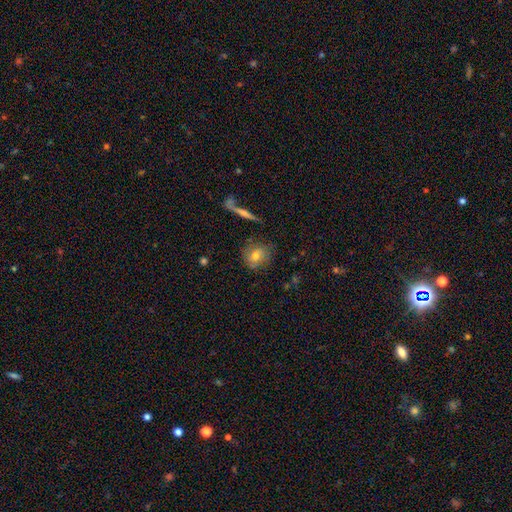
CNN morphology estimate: The model was most divided on "smooth or featured": smooth: 68%, featured or disk: 22%, star or artifact: 10%. More confident: merging — none (79%); how rounded — round (77%).